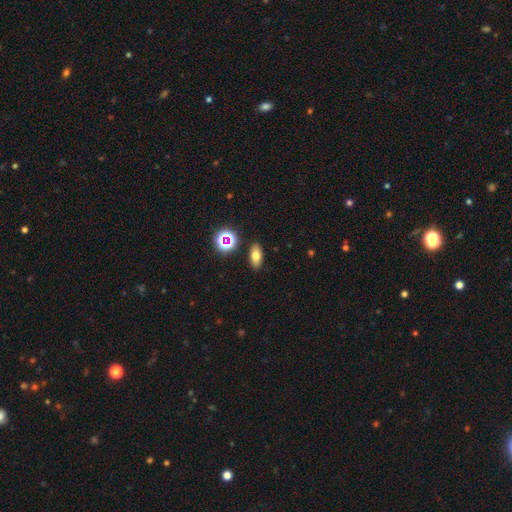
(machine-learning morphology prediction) smooth 71%, star or artifact 15%, featured or disk 14%. Down the decision tree: how rounded — in between (84%); merging — none (87%).